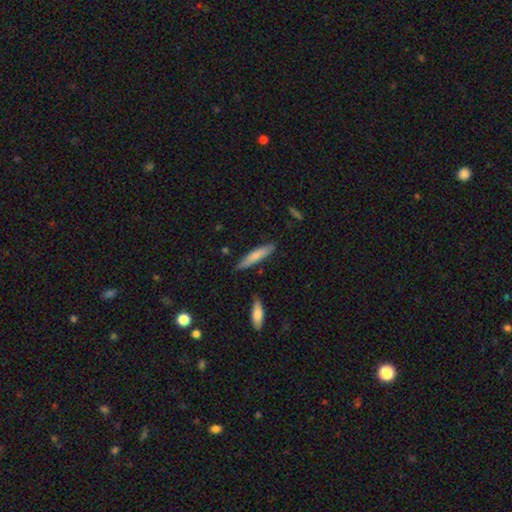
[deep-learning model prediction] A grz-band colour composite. It shows a smooth galaxy with no disk features (75%) that is cigar-shaped (86%). Merging: none (83%).